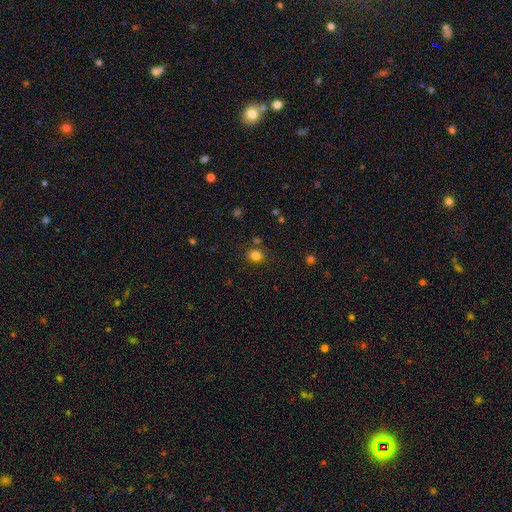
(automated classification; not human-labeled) A smooth galaxy with no disk features (81%) that is in between round and cigar-shaped (57%).

Vote fractions:
- Smooth or featured? smooth: 81% / star or artifact: 13% / featured or disk: 6%
- How rounded? in between: 57% / round: 42% / cigar-shaped: 1%
- Merging? none: 80% / minor disturbance: 12% / merger: 5% / major disturbance: 3%